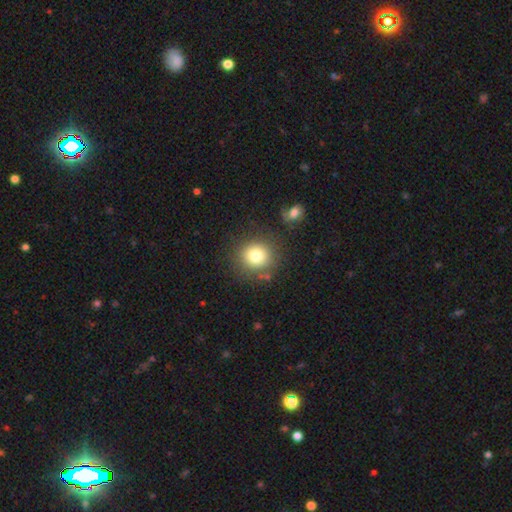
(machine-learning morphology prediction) smooth 78%, star or artifact 12%, featured or disk 10%. Down the decision tree: how rounded — round (88%); merging — none (81%).